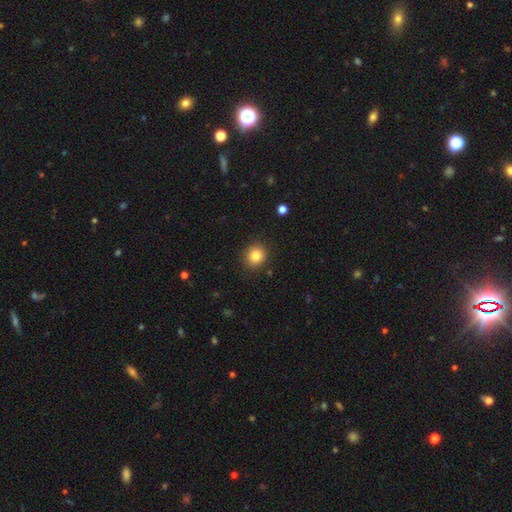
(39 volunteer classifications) Smooth or featured? smooth (85%)
How rounded? round (91%)
Merging? none (81%)